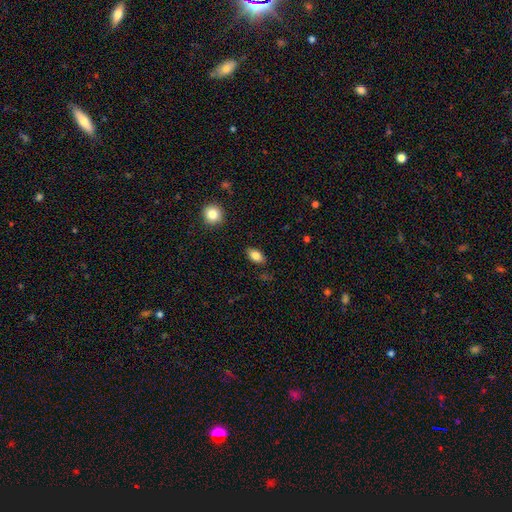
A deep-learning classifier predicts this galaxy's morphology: Smooth or featured? Predicted: smooth (p=0.81). How rounded? Predicted: in between (p=0.89). Merging? Predicted: none (p=0.85).